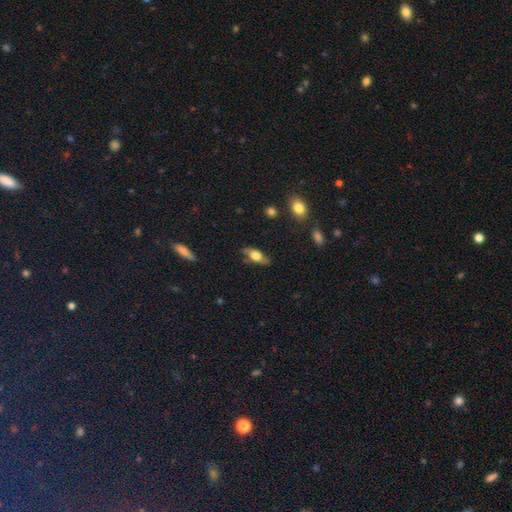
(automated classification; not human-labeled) The model was most divided on "smooth or featured": smooth: 53%, featured or disk: 39%, star or artifact: 8%. More confident: merging — none (72%); how rounded — in between (72%).